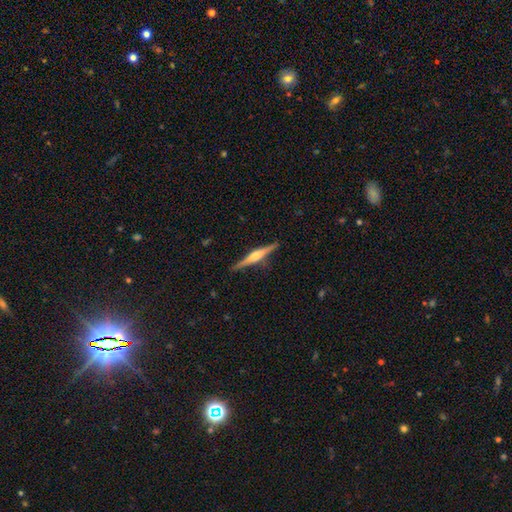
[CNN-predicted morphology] featured or disk 79%, smooth 16%, star or artifact 5%. Down the decision tree: edge-on disk — yes (98%); edge-on bulge — rounded (90%); merging — none (90%).